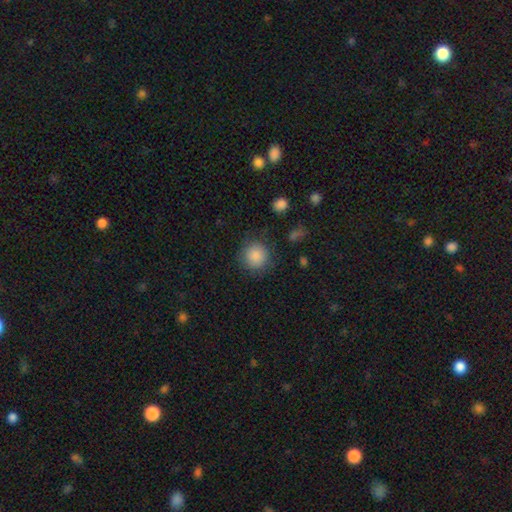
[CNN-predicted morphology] smooth_or_featured: smooth (p=0.87) [alt: star or artifact p=0.09]
how_rounded: round (p=0.92) [alt: in between p=0.07]
merging: none (p=0.85) [alt: minor disturbance p=0.09]